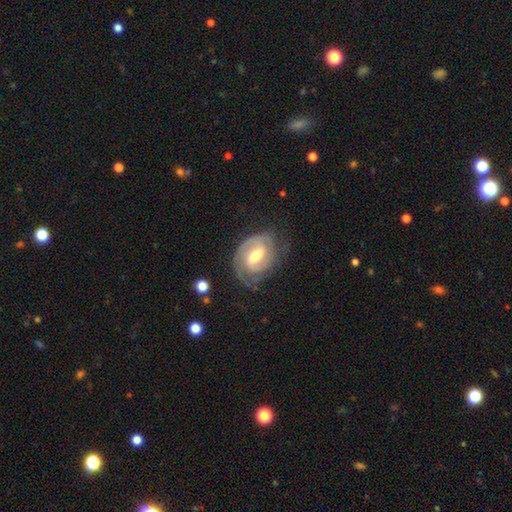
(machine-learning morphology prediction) A featured or disk galaxy (84%) with a weak bar (52%), 2 (68%) tight (59%) spiral arms (95%) and a moderate central bulge (64%).

Vote fractions:
- Smooth or featured? featured or disk: 84% / smooth: 11% / star or artifact: 5%
- Edge-on disk? no: 97% / yes: 3%
- Bar? weak: 52% / strong: 29% / no: 19%
- Spiral arms? yes: 95% / no: 5%
- Spiral winding? tight: 59% / medium: 33% / loose: 8%
- Spiral arm count? 2: 68% / can't tell: 14% / 3: 8% / 1: 7% / 4: 2% / more than 4: 2%
- Bulge size? moderate: 64% / small: 26% / large: 7% / none: 1% / dominant: 1%
- Merging? none: 68% / minor disturbance: 21% / major disturbance: 10% / merger: 1%